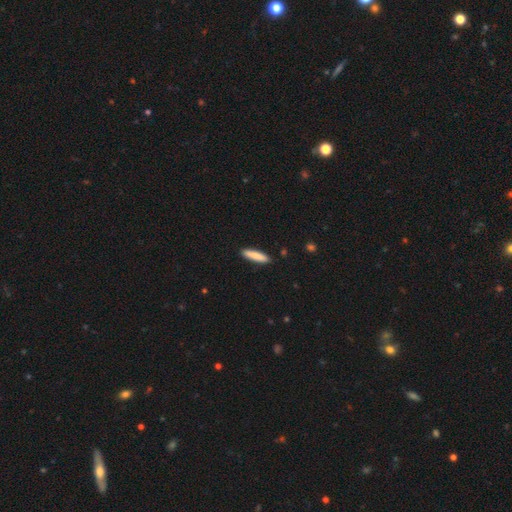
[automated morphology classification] Overall: smooth (84%). How rounded: cigar-shaped (82%). Merging: none (90%).